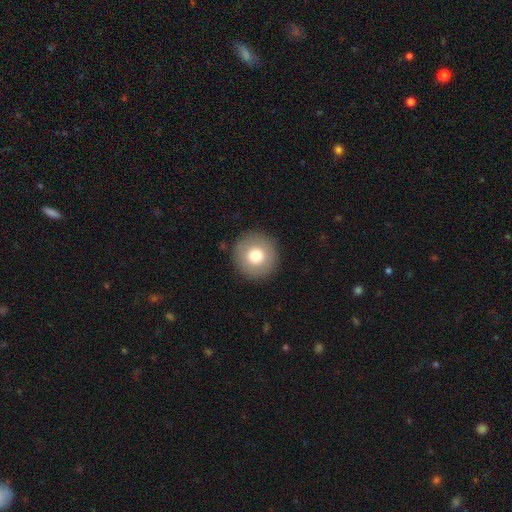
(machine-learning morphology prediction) type=smooth (75%); roundness=round (96%); merging=none (91%).